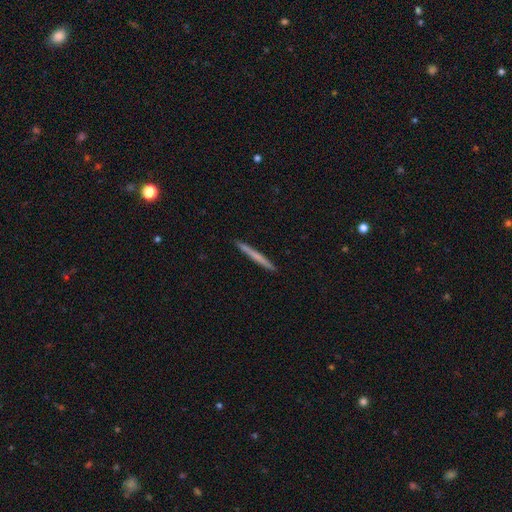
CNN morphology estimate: Q: Smooth or featured?
A: smooth (59%); runner-up: featured or disk (35%)
Q: How rounded?
A: cigar-shaped (97%); runner-up: in between (2%)
Q: Merging?
A: none (92%); runner-up: minor disturbance (6%)